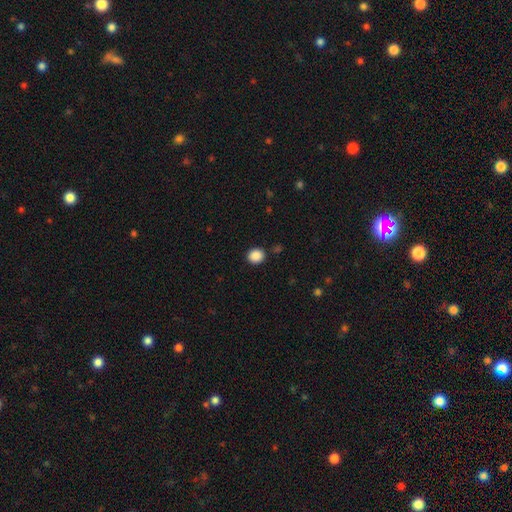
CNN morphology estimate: Smooth or featured?
  - smooth: 88% *
  - star or artifact: 9%
  - featured or disk: 3%
How rounded?
  - round: 82% *
  - in between: 18%
  - cigar-shaped: 1%
Merging?
  - none: 90% *
  - minor disturbance: 6%
  - major disturbance: 2%
  - merger: 2%